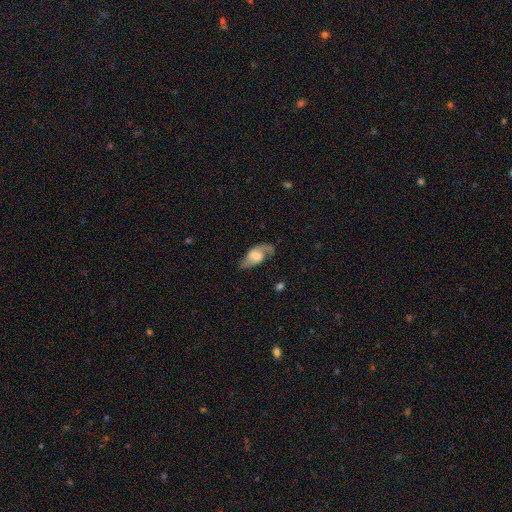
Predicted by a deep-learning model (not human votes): Morphology: type=featured or disk (67%); edge-on=no (93%); bar=weak (44%); spiral arms=yes (89%); winding=medium (43%); arm count=2 (77%); bulge=moderate (41%); merging=none (65%).